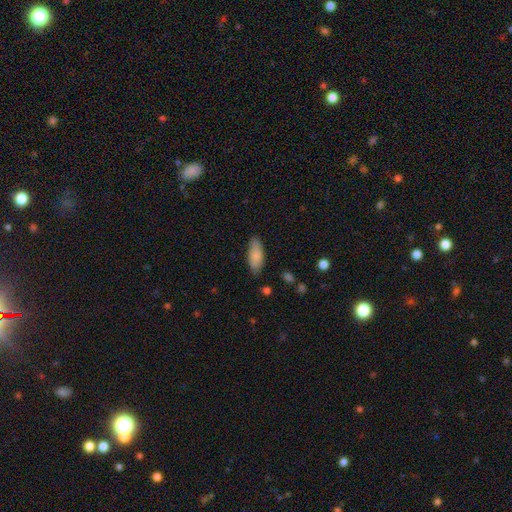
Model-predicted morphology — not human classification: Smooth or featured: smooth — 85% (featured or disk — 9%)
How rounded: in between — 80% (cigar-shaped — 18%)
Merging: none — 78% (minor disturbance — 17%)